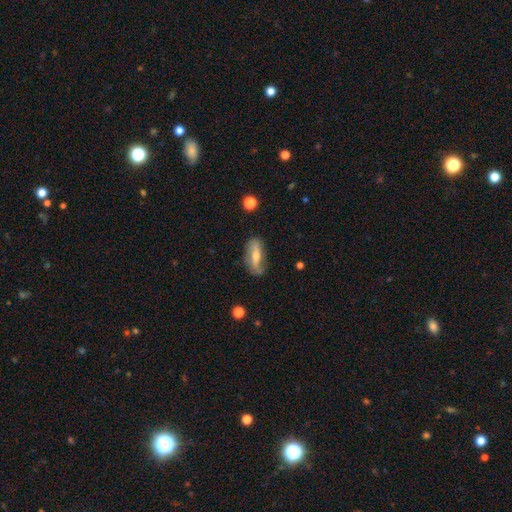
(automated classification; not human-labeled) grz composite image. It shows a featured or disk galaxy (57%). Merging: none (74%).